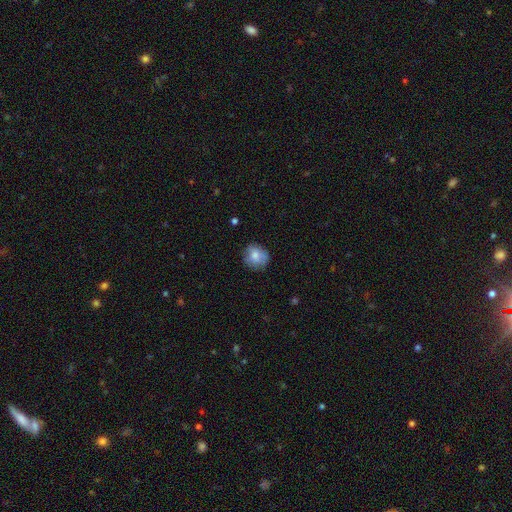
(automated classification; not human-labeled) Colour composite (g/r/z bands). It shows a smooth galaxy with no disk features (78%) that is round (80%). Merging: none (75%).